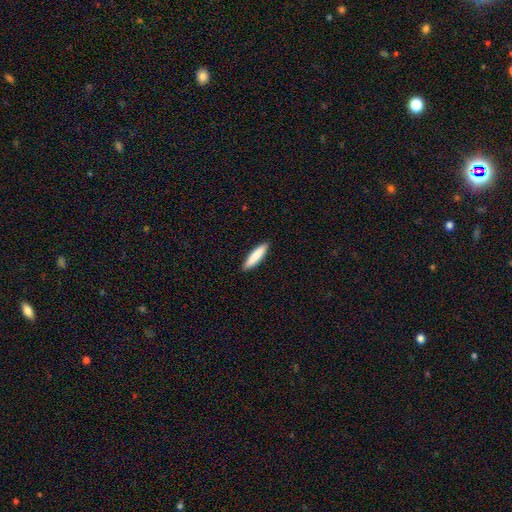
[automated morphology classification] This appears to be a smooth galaxy with no disk features (86%) that is cigar-shaped (78%). Merging: none (91%).